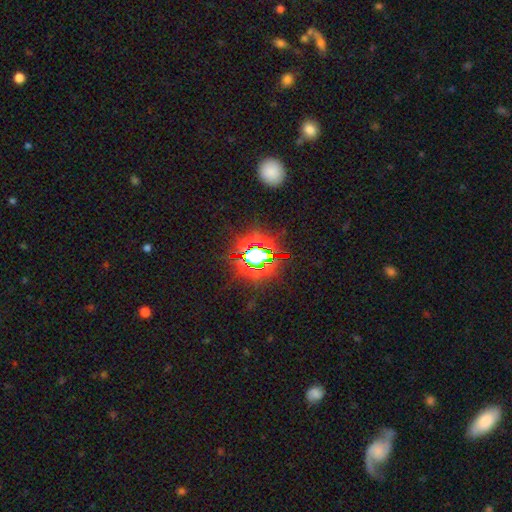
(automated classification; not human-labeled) smooth_or_featured: star or artifact (p=0.75) [alt: smooth p=0.13]